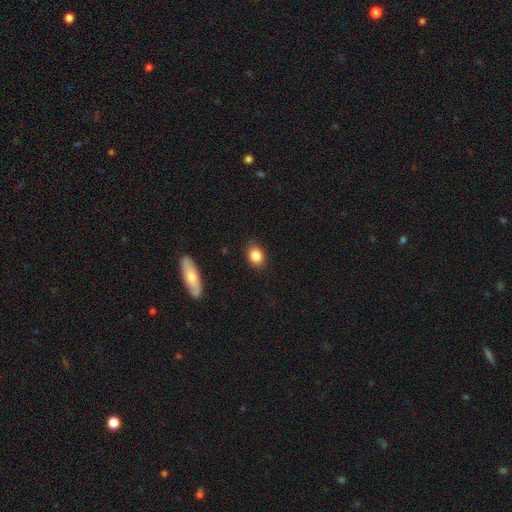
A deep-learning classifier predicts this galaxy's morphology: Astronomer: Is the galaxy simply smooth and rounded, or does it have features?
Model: smooth — 85%.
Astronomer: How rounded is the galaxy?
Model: in between — 59% (runner-up: round, 39%).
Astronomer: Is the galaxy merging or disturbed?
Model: none — 84%.